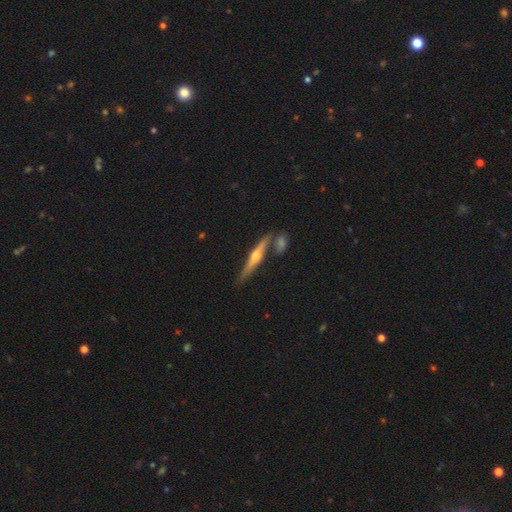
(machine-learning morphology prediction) Overall: featured or disk (76%). Edge-on disk: yes (97%). Edge-on bulge: rounded (92%). Merging: none (76%).